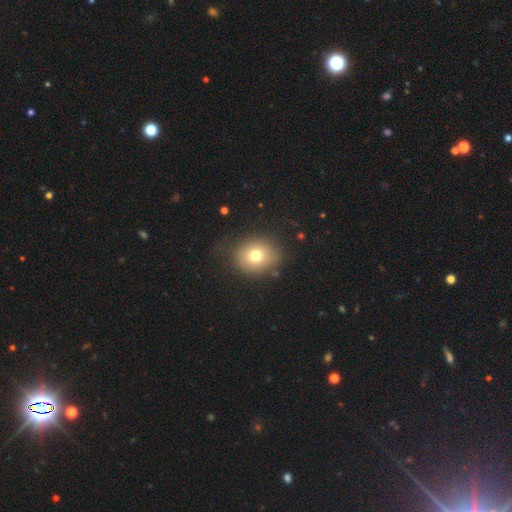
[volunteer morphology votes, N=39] Q: Smooth or featured?
A: smooth (72%); runner-up: featured or disk (18%)
Q: How rounded?
A: round (71%); runner-up: in between (29%)
Q: Merging?
A: none (91%); runner-up: minor disturbance (6%)